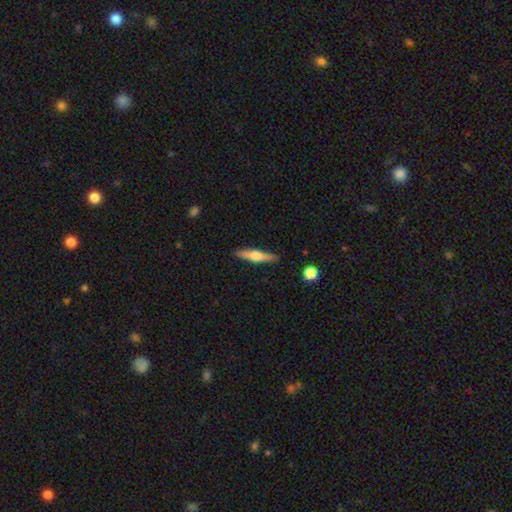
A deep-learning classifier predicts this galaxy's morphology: A featured or disk galaxy (62%) viewed edge-on (97%) with a rounded central bulge (91%). Merging: none (90%).